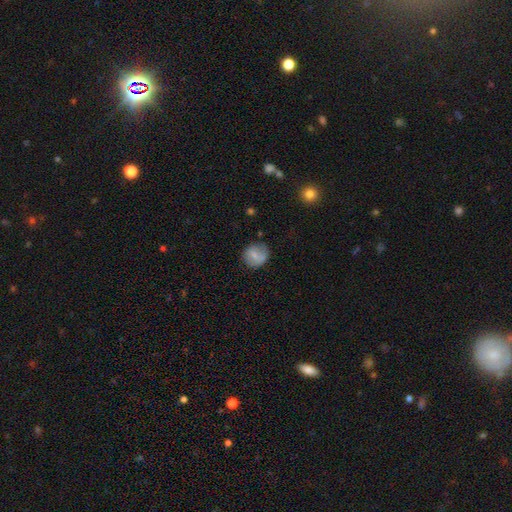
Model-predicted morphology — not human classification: This is likely a smooth galaxy (68%). How rounded: likely round (79%). Merging: likely none (68%).